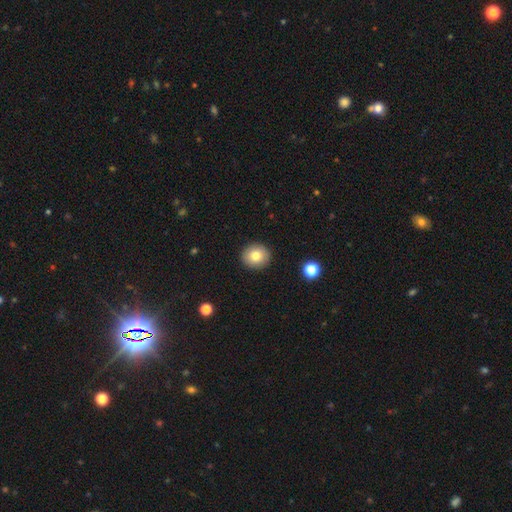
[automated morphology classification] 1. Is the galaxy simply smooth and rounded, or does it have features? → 79% smooth, 11% featured or disk, 10% star or artifact.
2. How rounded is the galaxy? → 86% round, 14% in between, 1% cigar-shaped.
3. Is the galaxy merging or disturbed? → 91% none, 6% minor disturbance, 2% major disturbance, 1% merger.